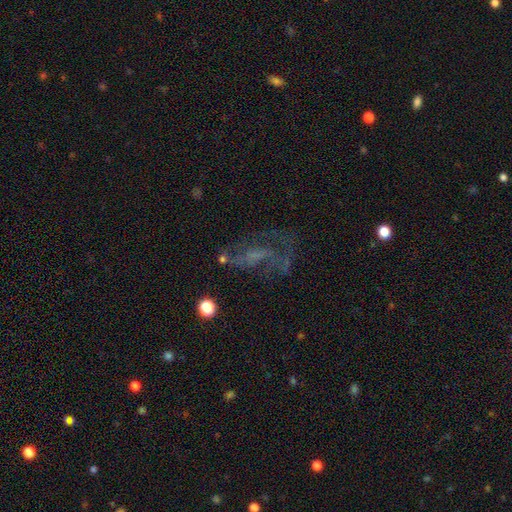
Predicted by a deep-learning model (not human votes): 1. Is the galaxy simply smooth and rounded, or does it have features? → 58% featured or disk, 22% star or artifact, 19% smooth.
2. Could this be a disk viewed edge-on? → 94% no, 6% yes.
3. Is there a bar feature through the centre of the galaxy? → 61% no, 29% weak, 10% strong.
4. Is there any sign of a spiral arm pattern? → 58% yes, 42% no.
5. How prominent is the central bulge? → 60% none, 23% small, 13% moderate, 3% large, 1% dominant.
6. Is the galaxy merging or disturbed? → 40% major disturbance, 38% none, 16% minor disturbance, 6% merger.